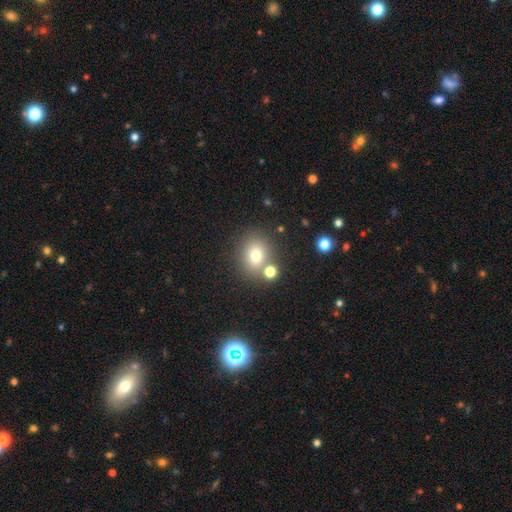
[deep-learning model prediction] A smooth galaxy with no disk features (73%) that is round (73%).

Vote fractions:
- Smooth or featured? smooth: 73% / star or artifact: 15% / featured or disk: 12%
- How rounded? round: 73% / in between: 26% / cigar-shaped: 1%
- Merging? none: 69% / merger: 17% / minor disturbance: 10% / major disturbance: 4%